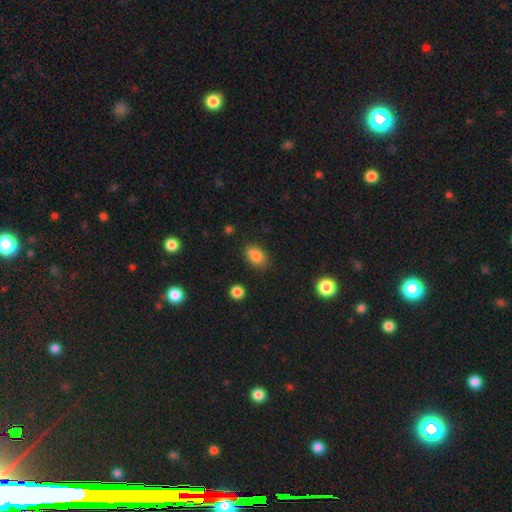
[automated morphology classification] Smooth or featured? smooth (84%)
How rounded? in between (83%)
Merging? none (75%)